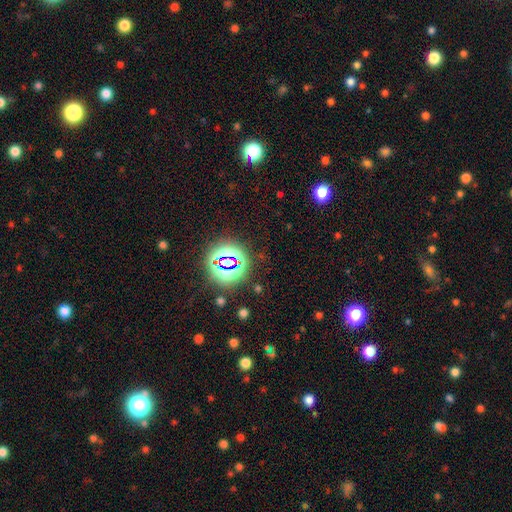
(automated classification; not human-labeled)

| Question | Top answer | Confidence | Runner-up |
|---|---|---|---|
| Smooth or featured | star or artifact | 78% | smooth (14%) |